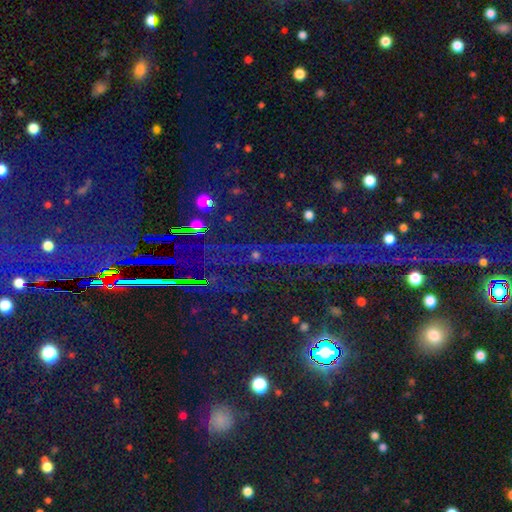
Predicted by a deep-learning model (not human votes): Smooth or featured? star or artifact (82%)